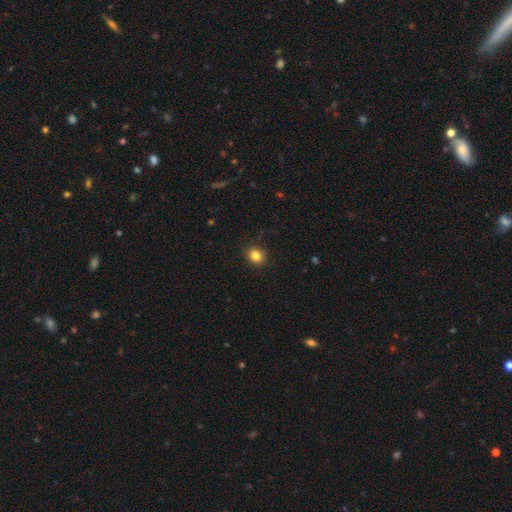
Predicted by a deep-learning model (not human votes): Smooth or featured? smooth (83%)
How rounded? round (80%)
Merging? none (90%)